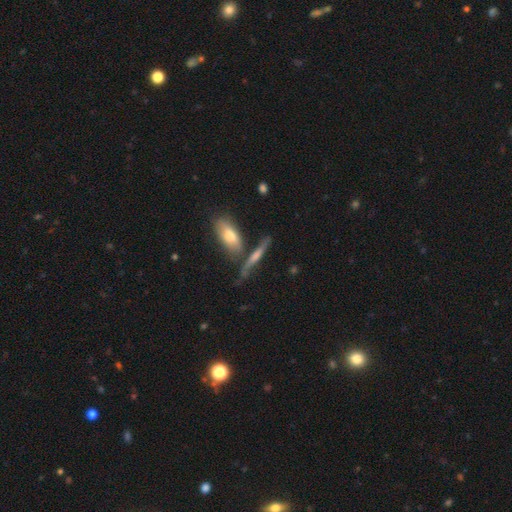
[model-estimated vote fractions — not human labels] This is possibly a featured or disk galaxy (50%). It is clearly viewed edge-on (84%). Merging: likely none (61%).